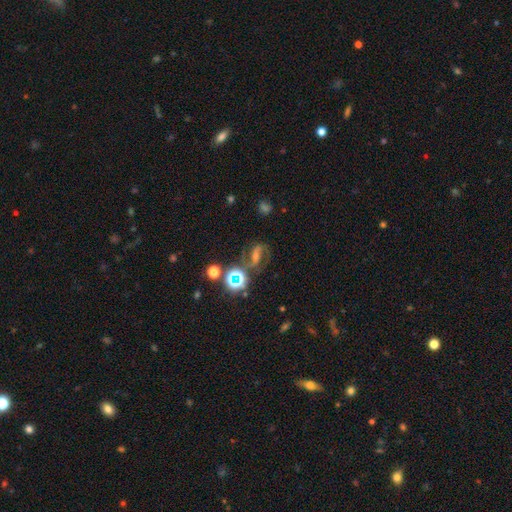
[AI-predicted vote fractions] Smooth or featured? Predicted: featured or disk (p=0.59). Edge-on disk? Predicted: no (p=0.94). Bar? Predicted: strong (p=0.42). Spiral arms? Predicted: yes (p=0.91). Spiral winding? Predicted: medium (p=0.52). Spiral arm count? Predicted: 2 (p=0.88). Bulge size? Predicted: moderate (p=0.46). Merging? Predicted: none (p=0.68).